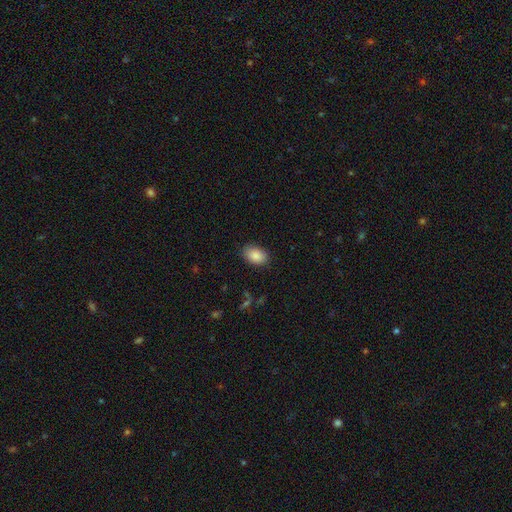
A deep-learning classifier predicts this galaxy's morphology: Q: Smooth or featured?
A: smooth (88%); runner-up: star or artifact (7%)
Q: How rounded?
A: in between (90%); runner-up: round (9%)
Q: Merging?
A: none (86%); runner-up: minor disturbance (11%)